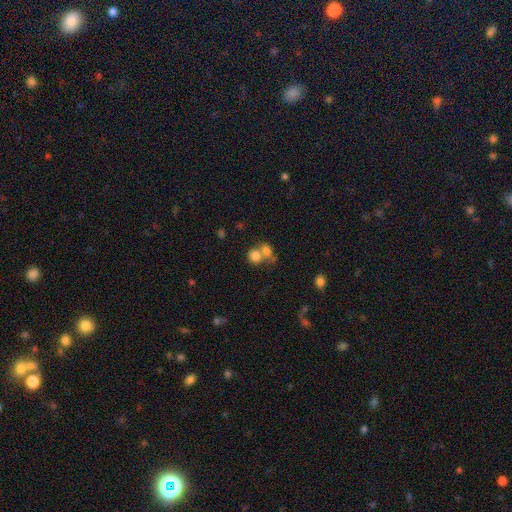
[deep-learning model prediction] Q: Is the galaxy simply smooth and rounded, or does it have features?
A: smooth — 78%.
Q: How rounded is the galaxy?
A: round — 69%.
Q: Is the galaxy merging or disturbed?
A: merger — 55%.